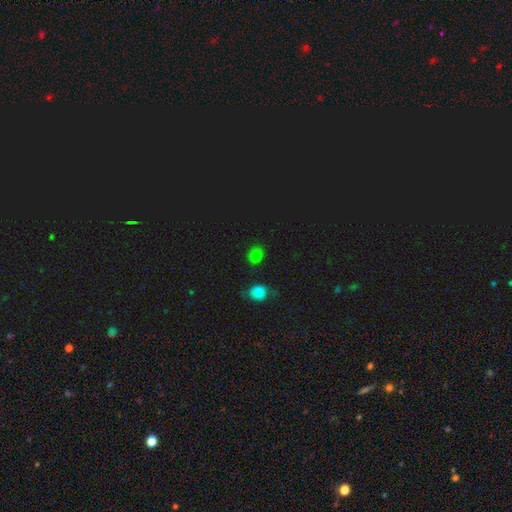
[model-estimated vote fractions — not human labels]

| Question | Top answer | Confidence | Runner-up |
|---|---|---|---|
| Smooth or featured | smooth | 73% | star or artifact (22%) |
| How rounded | round | 66% | in between (32%) |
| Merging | none | 81% | minor disturbance (12%) |